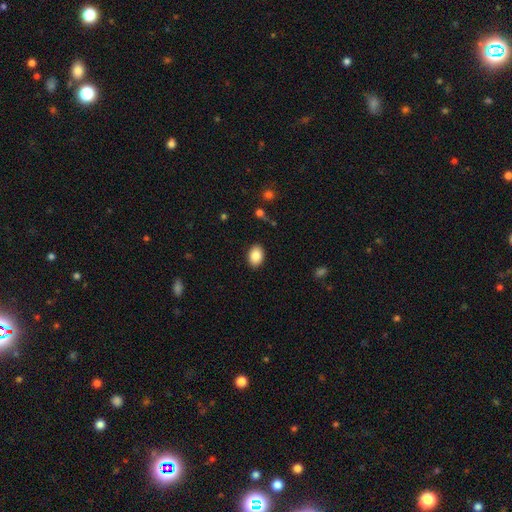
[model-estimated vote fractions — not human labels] smooth-or-featured: smooth: 86% | star or artifact: 8% | featured or disk: 6%
  how-rounded: in between: 78% | round: 21% | cigar-shaped: 1%
  merging: none: 89% | minor disturbance: 8% | major disturbance: 2% | merger: 1%